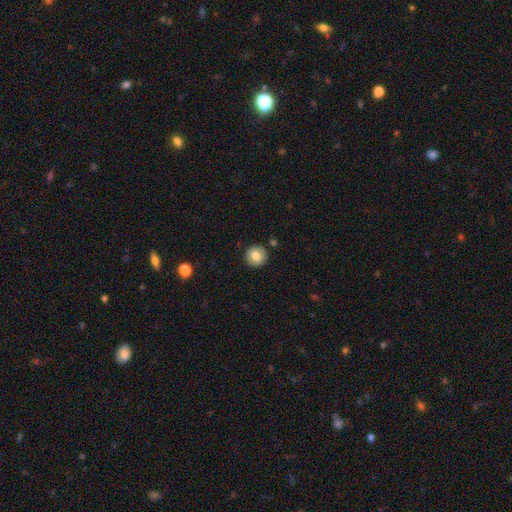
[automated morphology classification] Smooth or featured? smooth (80%)
How rounded? round (93%)
Merging? none (90%)